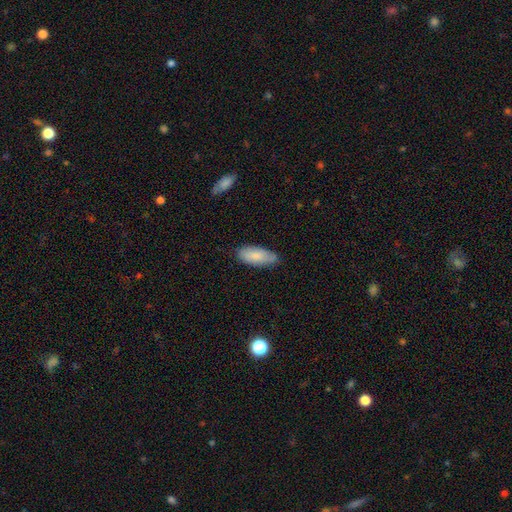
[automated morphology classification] A smooth galaxy with no disk features (82%) that is in between round and cigar-shaped (79%). Merging: none (75%).